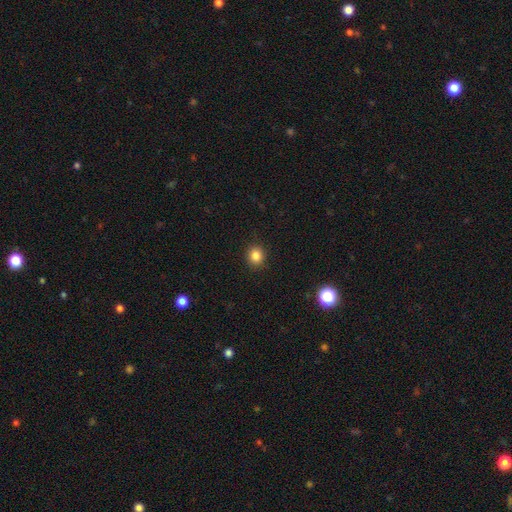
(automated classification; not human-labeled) Morphology: type=smooth (84%); roundness=round (87%); merging=none (91%).